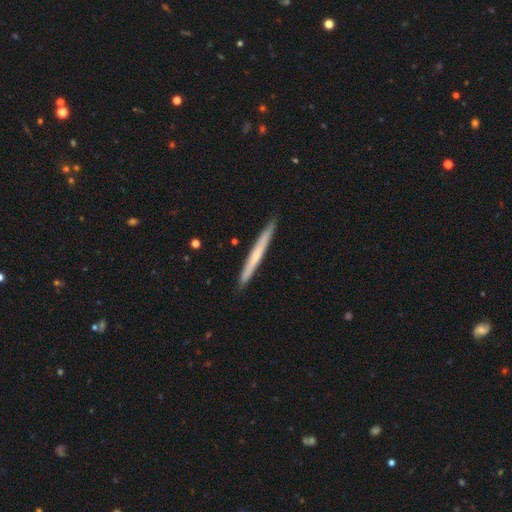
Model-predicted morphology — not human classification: The model was most divided on "smooth or featured": smooth: 48%, featured or disk: 47%, star or artifact: 5%. More confident: merging — none (91%).